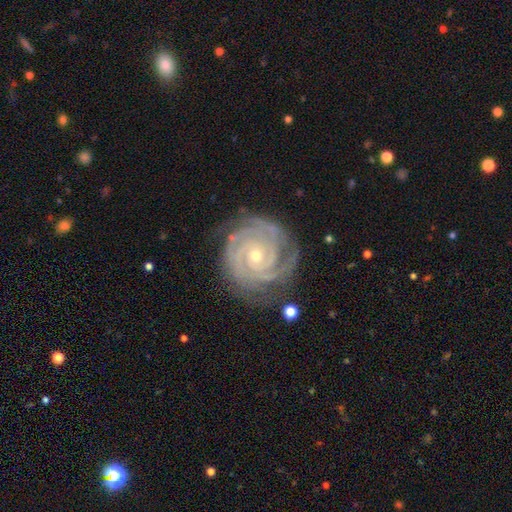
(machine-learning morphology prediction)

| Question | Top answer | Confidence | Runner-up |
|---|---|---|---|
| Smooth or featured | featured or disk | 92% | star or artifact (5%) |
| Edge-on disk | no | 98% | yes (2%) |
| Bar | no | 69% | weak (23%) |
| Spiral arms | yes | 99% | no (1%) |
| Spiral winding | tight | 85% | medium (14%) |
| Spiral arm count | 3 | 36% | 4 (23%) |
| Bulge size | small | 63% | moderate (34%) |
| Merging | none | 79% | minor disturbance (15%) |